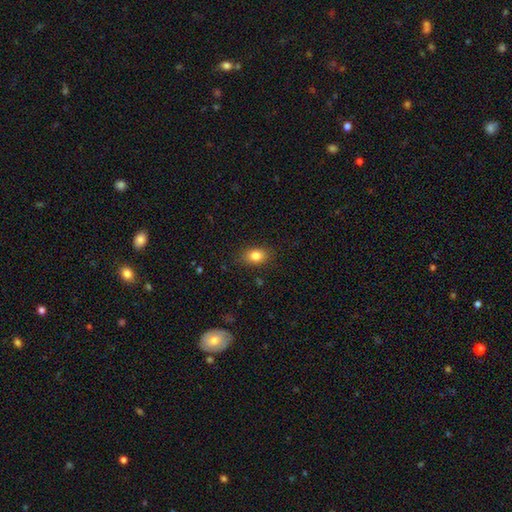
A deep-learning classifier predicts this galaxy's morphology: This appears to be a smooth galaxy with no disk features (83%) that is in between round and cigar-shaped (76%). Merging: none (85%).